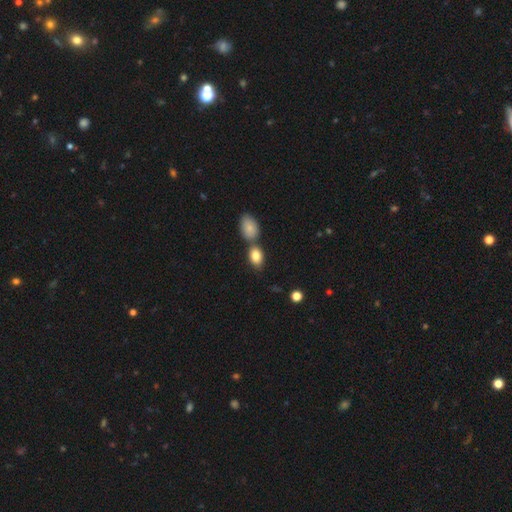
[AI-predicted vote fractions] The model was most divided on "merging": none: 51%, merger: 34%, minor disturbance: 11%, major disturbance: 3%. More confident: how rounded — in between (86%); smooth or featured — smooth (83%).